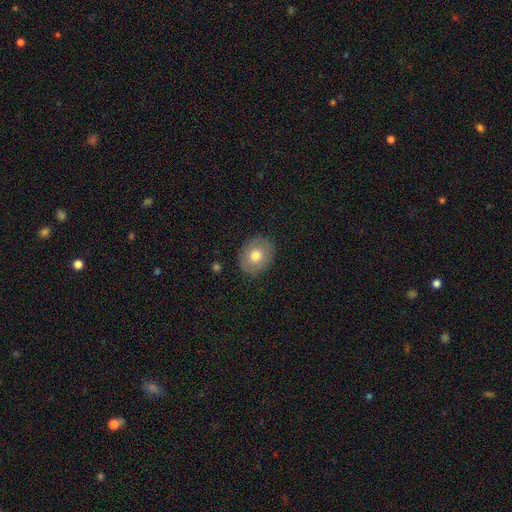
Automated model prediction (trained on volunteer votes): A smooth galaxy with no disk features (70%) that is round (55%). Merging: none (86%).